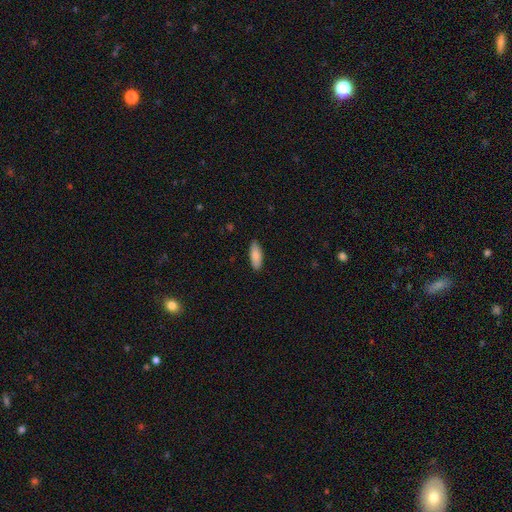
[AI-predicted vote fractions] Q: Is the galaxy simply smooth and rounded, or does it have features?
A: smooth — 85%.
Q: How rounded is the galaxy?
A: in between — 72%.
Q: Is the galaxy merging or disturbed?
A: none — 87%.